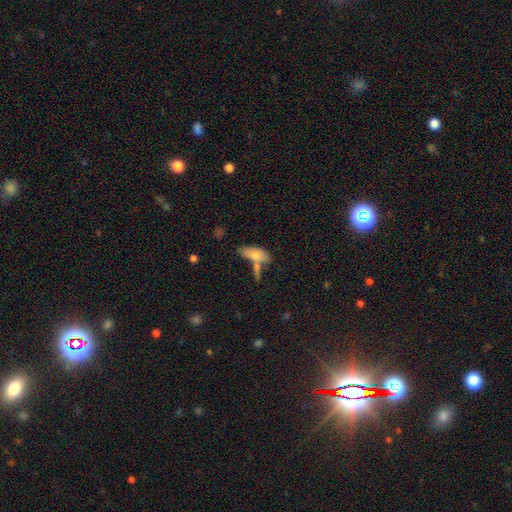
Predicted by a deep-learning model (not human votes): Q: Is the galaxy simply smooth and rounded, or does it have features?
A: smooth — 75%.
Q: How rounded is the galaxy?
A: in between — 74%.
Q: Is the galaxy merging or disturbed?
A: none — 42%.